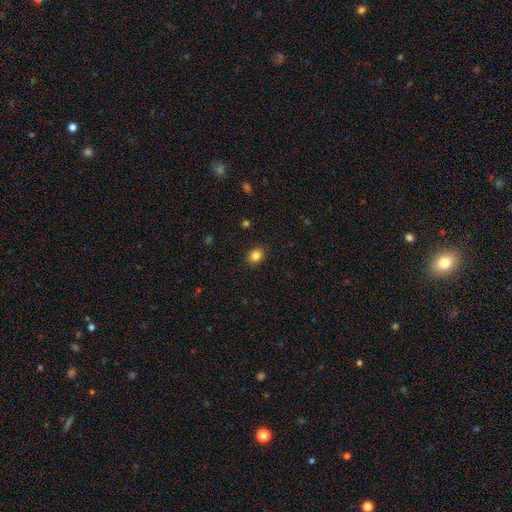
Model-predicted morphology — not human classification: Smooth or featured? smooth (84%)
How rounded? round (57%)
Merging? none (89%)